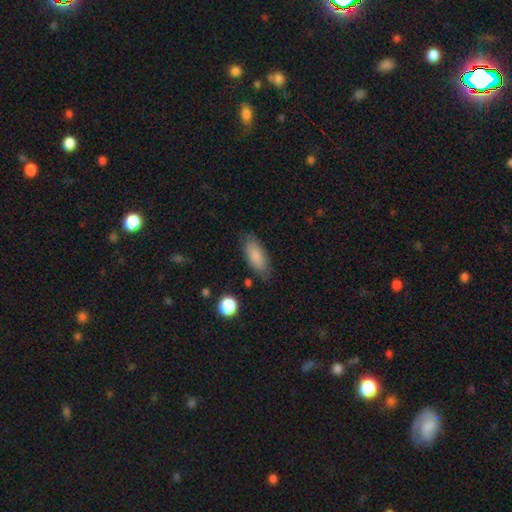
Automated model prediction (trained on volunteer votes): smooth-or-featured: smooth: 85% | featured or disk: 8% | star or artifact: 7%
  how-rounded: in between: 80% | cigar-shaped: 18% | round: 2%
  merging: none: 78% | minor disturbance: 16% | major disturbance: 4% | merger: 2%